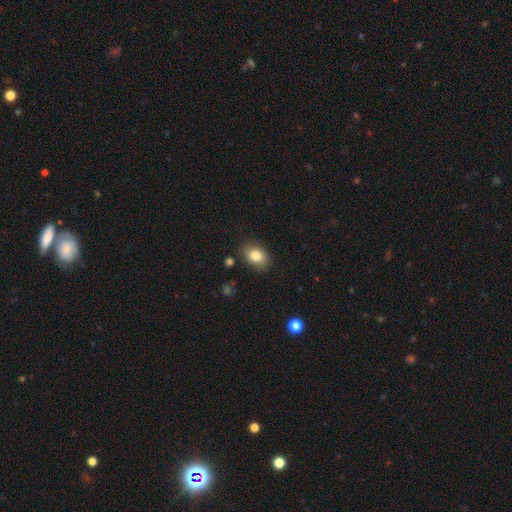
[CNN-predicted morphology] smooth-or-featured: smooth: 83% | star or artifact: 8% | featured or disk: 8%
  how-rounded: in between: 76% | round: 23% | cigar-shaped: 1%
  merging: none: 84% | minor disturbance: 12% | major disturbance: 3% | merger: 2%